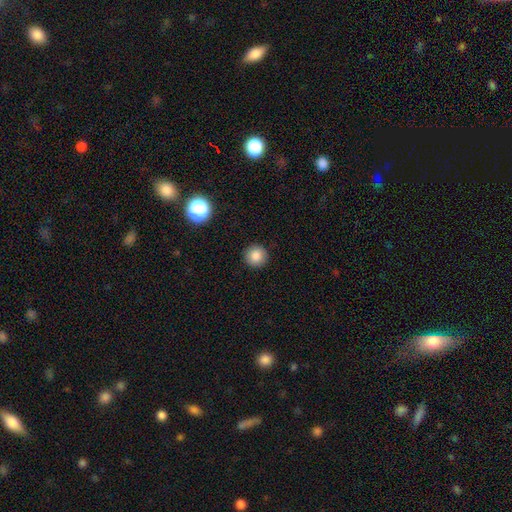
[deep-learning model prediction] A smooth galaxy with no disk features (84%) that is round (95%).

Vote fractions:
- Smooth or featured? smooth: 84% / star or artifact: 11% / featured or disk: 5%
- How rounded? round: 95% / in between: 4% / cigar-shaped: 1%
- Merging? none: 92% / minor disturbance: 5% / major disturbance: 2% / merger: 1%